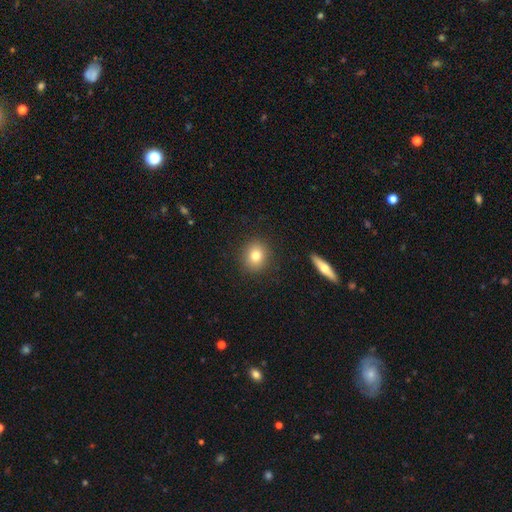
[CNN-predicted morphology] A smooth galaxy with no disk features (79%) that is round (75%).

Vote fractions:
- Smooth or featured? smooth: 79% / featured or disk: 11% / star or artifact: 10%
- How rounded? round: 75% / in between: 23% / cigar-shaped: 1%
- Merging? none: 89% / minor disturbance: 7% / major disturbance: 2% / merger: 1%